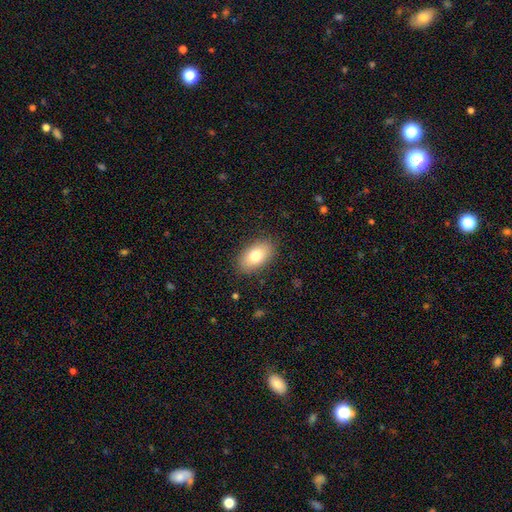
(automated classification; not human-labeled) Smooth or featured? Predicted: smooth (p=0.77). How rounded? Predicted: in between (p=0.92). Merging? Predicted: none (p=0.87).